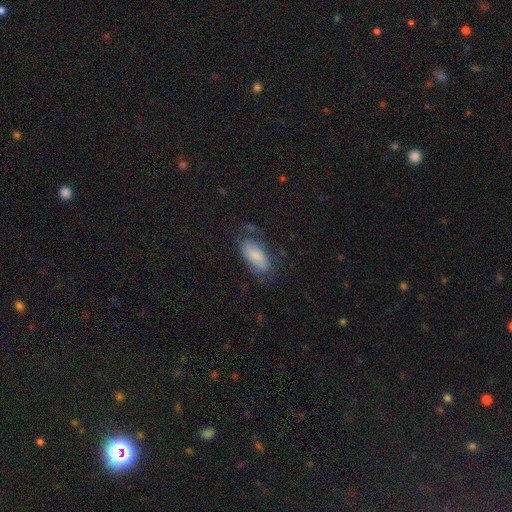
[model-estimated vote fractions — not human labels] smooth 67%, featured or disk 26%, star or artifact 7%. Down the decision tree: how rounded — in between (89%); merging — none (53%).